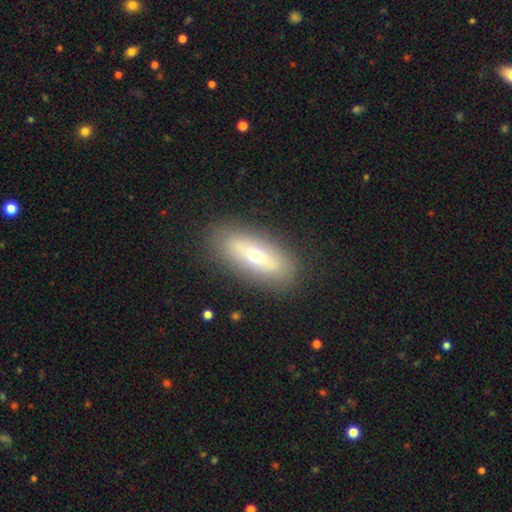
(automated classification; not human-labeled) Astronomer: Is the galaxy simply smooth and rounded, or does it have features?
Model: smooth — 51% (runner-up: featured or disk, 39%).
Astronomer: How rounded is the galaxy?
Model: in between — 68%.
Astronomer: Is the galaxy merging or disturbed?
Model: none — 87%.